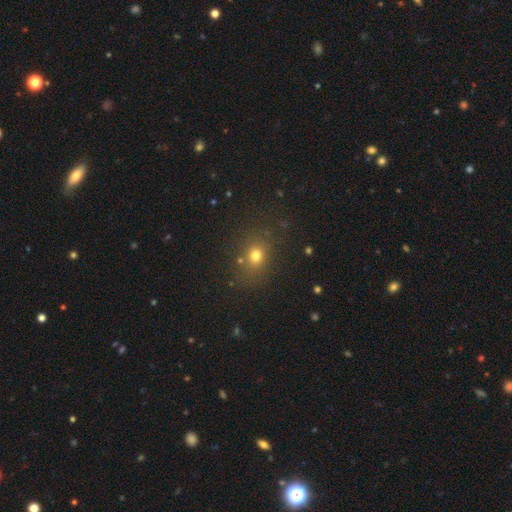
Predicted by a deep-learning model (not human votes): Smooth or featured? Predicted: smooth (p=0.72). How rounded? Predicted: round (p=0.63). Merging? Predicted: none (p=0.78).